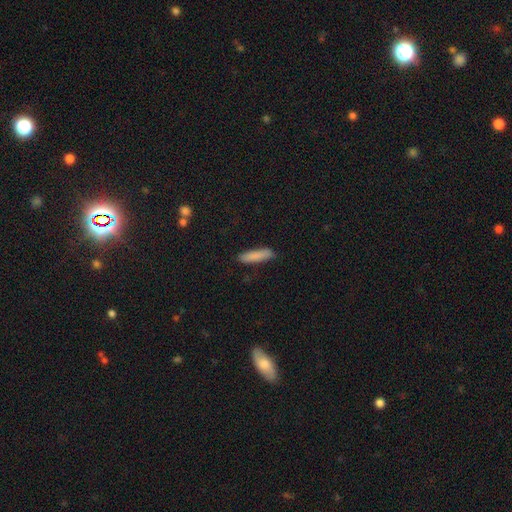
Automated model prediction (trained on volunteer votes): Smooth or featured: smooth — 86% (featured or disk — 8%)
How rounded: cigar-shaped — 80% (in between — 19%)
Merging: none — 86% (minor disturbance — 11%)